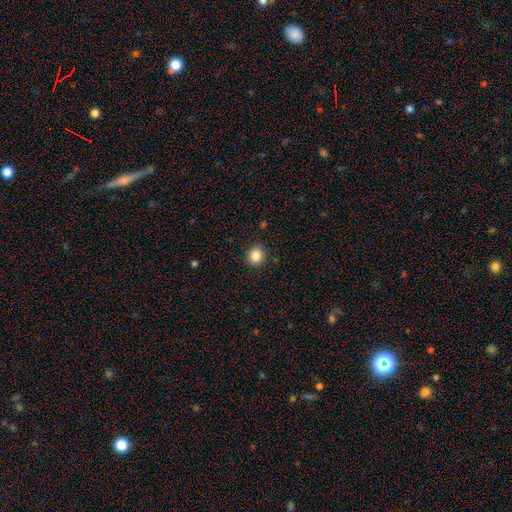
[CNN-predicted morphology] Smooth or featured: smooth — 85% (star or artifact — 10%)
How rounded: round — 79% (in between — 20%)
Merging: none — 91% (minor disturbance — 6%)